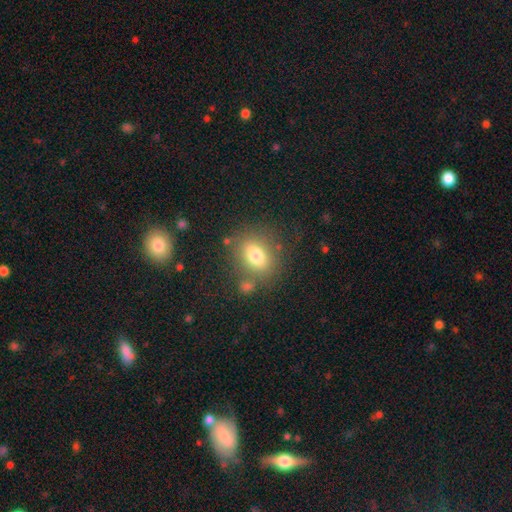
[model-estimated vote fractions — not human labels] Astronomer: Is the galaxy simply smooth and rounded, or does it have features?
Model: smooth — 76%.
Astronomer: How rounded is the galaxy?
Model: in between — 57% (runner-up: round, 41%).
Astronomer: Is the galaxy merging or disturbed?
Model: none — 71%.